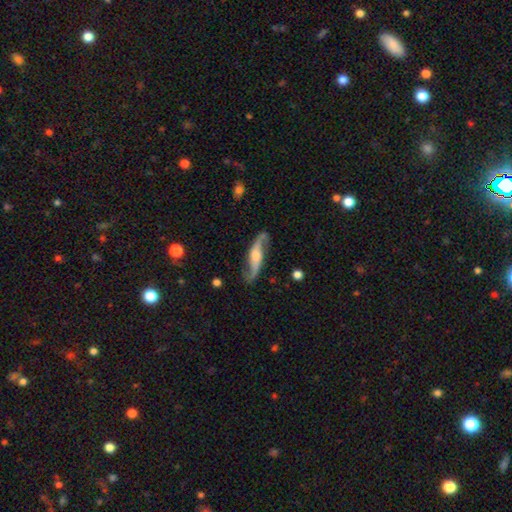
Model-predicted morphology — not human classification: Smooth or featured: featured or disk — 85% (smooth — 10%)
Edge-on disk: no — 82% (yes — 18%)
Bar: no — 45% (weak — 35%)
Spiral arms: yes — 96% (no — 4%)
Spiral winding: loose — 71% (medium — 23%)
Spiral arm count: 2 — 93% (can't tell — 2%)
Bulge size: moderate — 44% (large — 21%)
Merging: none — 79% (minor disturbance — 14%)